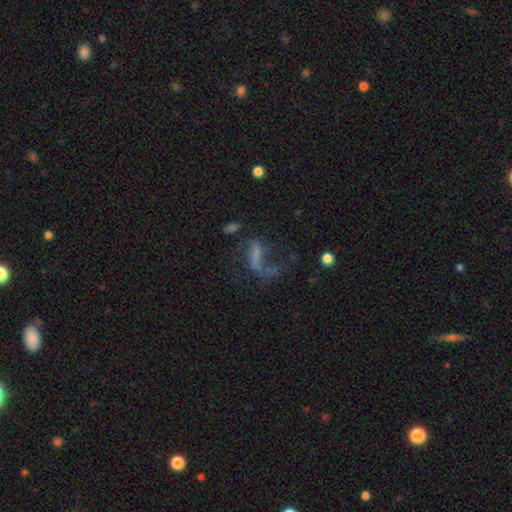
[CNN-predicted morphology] smooth-or-featured: featured or disk: 53% | smooth: 30% | star or artifact: 17%
  disk-edge-on: no: 92% | yes: 8%
  merging: major disturbance: 44% | none: 31% | minor disturbance: 15% | merger: 11%